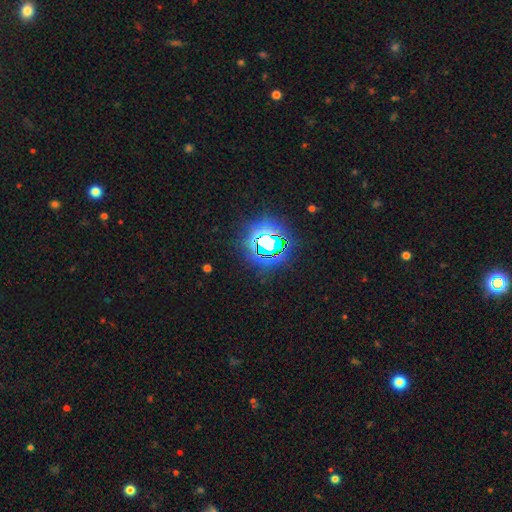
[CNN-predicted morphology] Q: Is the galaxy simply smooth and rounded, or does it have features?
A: star or artifact — 83%.